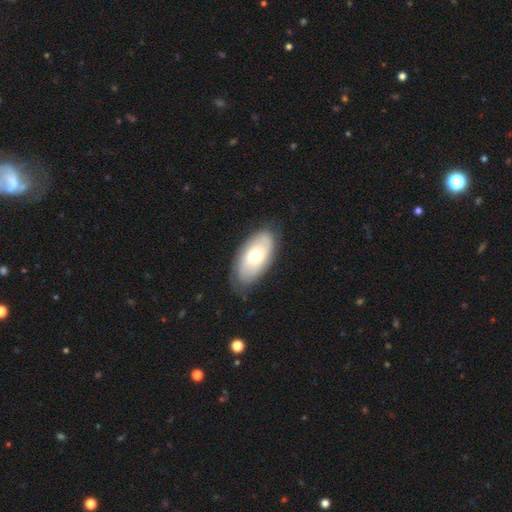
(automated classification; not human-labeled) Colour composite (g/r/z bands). It shows a smooth galaxy with no disk features (58%) that is in between round and cigar-shaped (93%). Merging: none (76%).